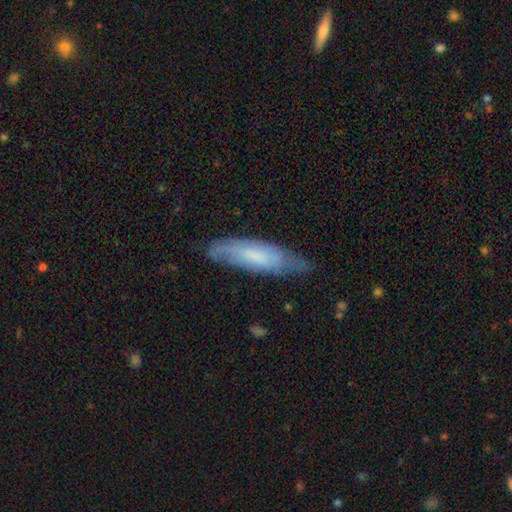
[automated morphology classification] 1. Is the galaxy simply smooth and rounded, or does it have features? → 52% smooth, 42% featured or disk, 7% star or artifact.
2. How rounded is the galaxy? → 64% cigar-shaped, 35% in between, 1% round.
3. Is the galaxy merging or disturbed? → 63% none, 28% minor disturbance, 7% major disturbance, 2% merger.